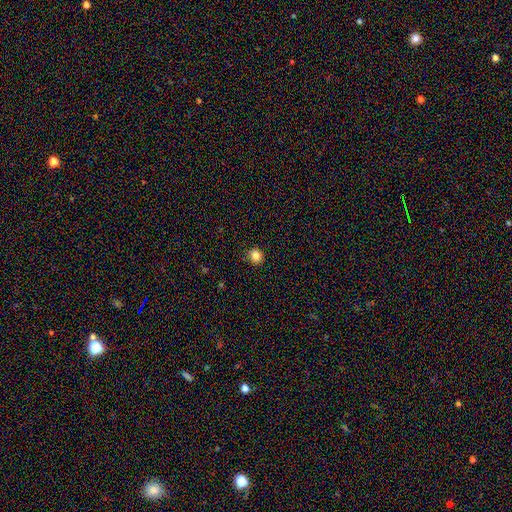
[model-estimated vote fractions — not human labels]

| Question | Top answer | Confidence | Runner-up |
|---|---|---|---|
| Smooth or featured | smooth | 84% | star or artifact (12%) |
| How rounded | round | 87% | in between (12%) |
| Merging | none | 91% | minor disturbance (6%) |